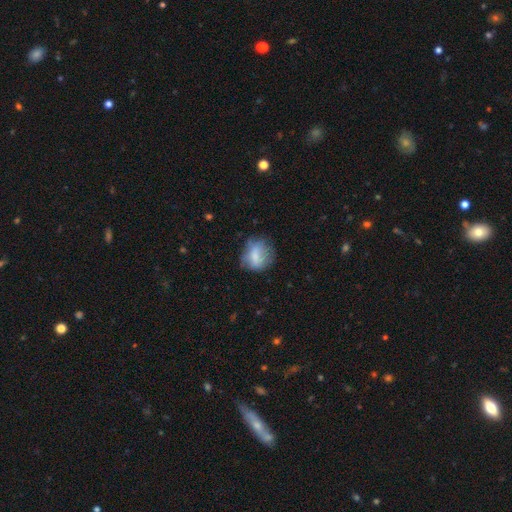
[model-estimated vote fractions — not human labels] Smooth or featured: smooth — 73% (featured or disk — 19%)
How rounded: round — 63% (in between — 36%)
Merging: none — 62% (minor disturbance — 26%)